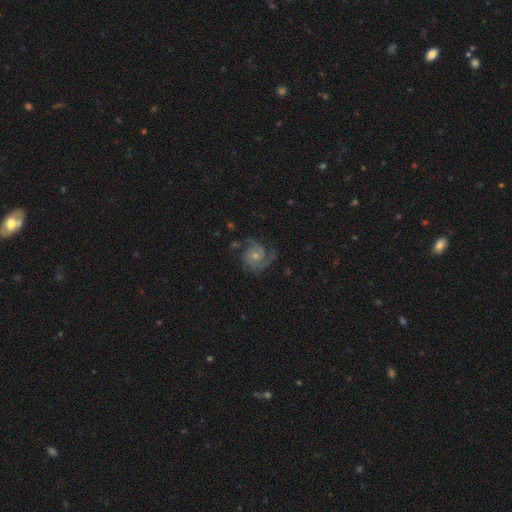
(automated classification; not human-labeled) Morphology: type=featured or disk (83%); edge-on=no (98%); bar=no (78%); spiral arms=yes (96%); winding=medium (44%); arm count=2 (47%); bulge=small (56%); merging=none (66%).